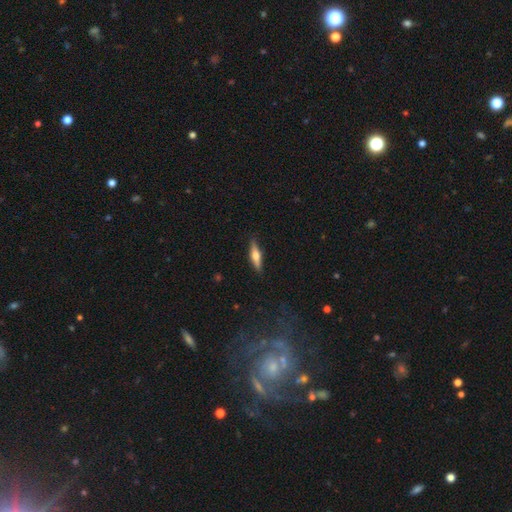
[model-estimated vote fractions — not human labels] Q: Smooth or featured?
A: featured or disk (56%); runner-up: smooth (38%)
Q: Edge-on disk?
A: yes (95%); runner-up: no (5%)
Q: Edge-on bulge?
A: rounded (92%); runner-up: boxy (5%)
Q: Merging?
A: none (89%); runner-up: minor disturbance (8%)